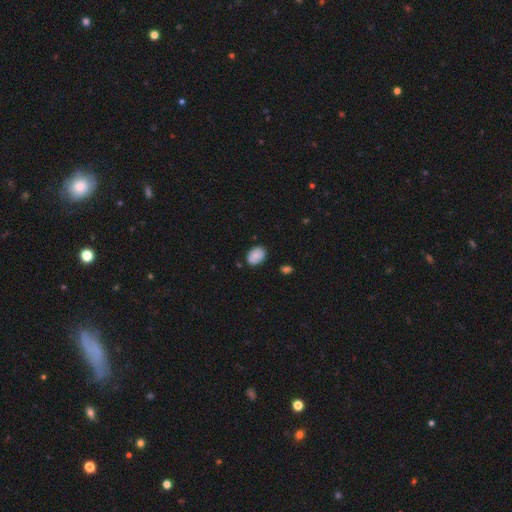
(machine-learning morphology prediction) Overall: smooth (85%). How rounded: in between (80%). Merging: none (79%).